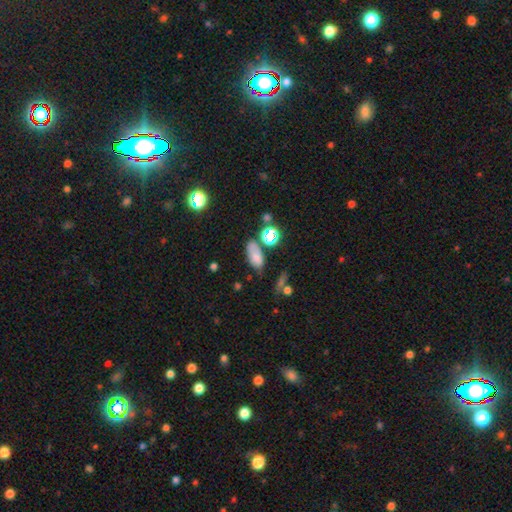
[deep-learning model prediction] Smooth or featured? smooth (70%)
How rounded? in between (85%)
Merging? none (57%)